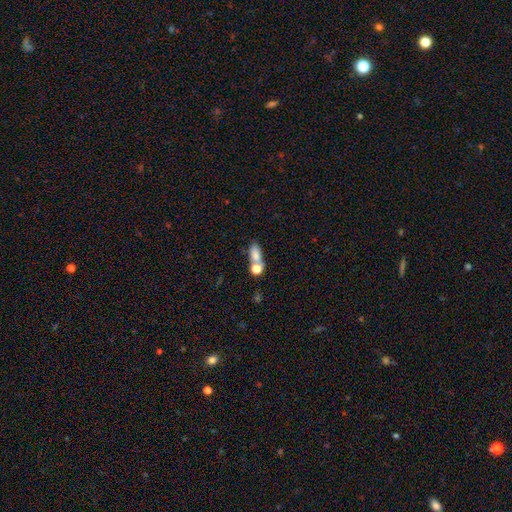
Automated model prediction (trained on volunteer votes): Smooth or featured? Predicted: smooth (p=0.76). How rounded? Predicted: in between (p=0.72). Merging? Predicted: merger (p=0.46).